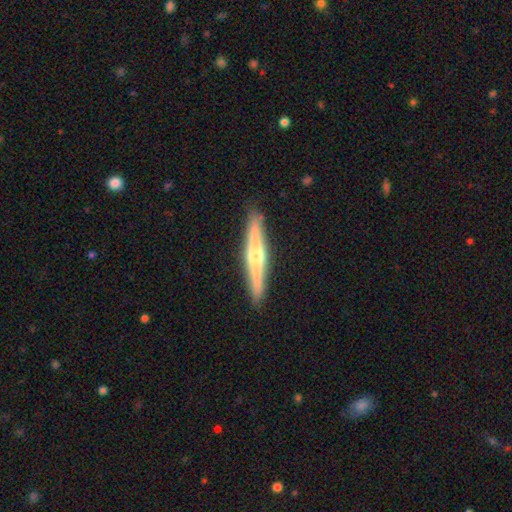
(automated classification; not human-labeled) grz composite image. It shows a featured or disk galaxy (70%) viewed edge-on (97%) with a rounded central bulge (89%). Merging: none (92%).